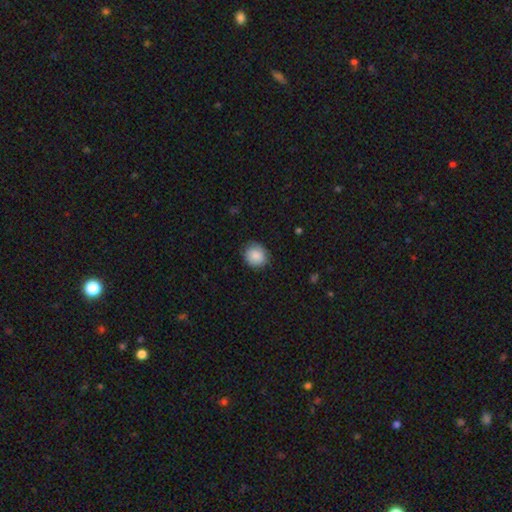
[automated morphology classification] This is clearly a smooth galaxy (88%). How rounded: clearly round (81%). Merging: clearly none (85%).